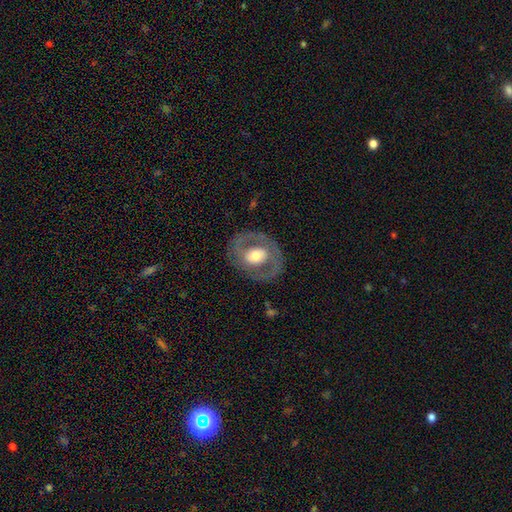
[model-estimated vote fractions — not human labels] This appears to be a featured or disk galaxy (60%) with no bar (62%), no spiral arms (66%) and a moderate central bulge (59%). Merging: none (78%).